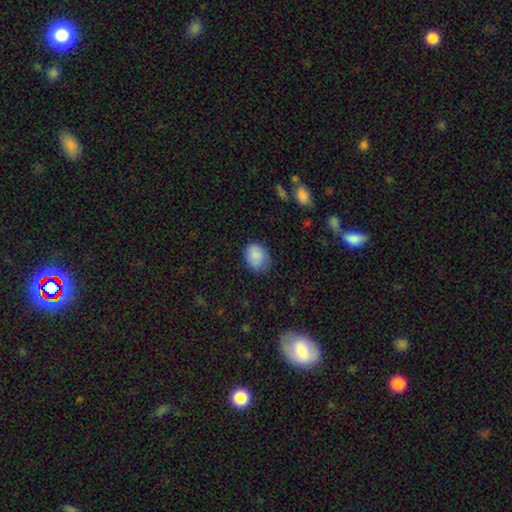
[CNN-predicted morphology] Smooth or featured: smooth — 87% (star or artifact — 8%)
How rounded: in between — 54% (round — 45%)
Merging: none — 73% (minor disturbance — 21%)